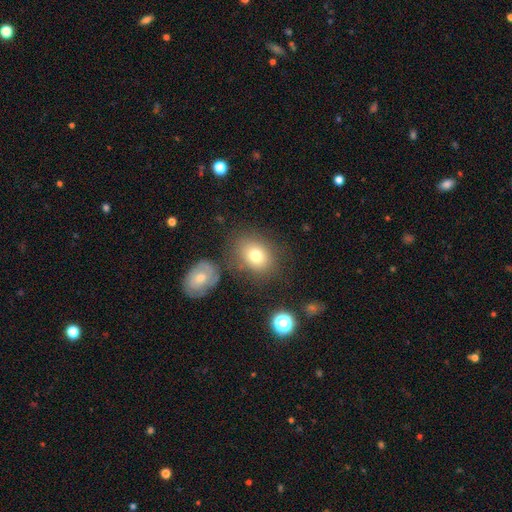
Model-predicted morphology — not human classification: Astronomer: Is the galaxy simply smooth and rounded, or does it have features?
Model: smooth — 75%.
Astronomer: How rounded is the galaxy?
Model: round — 50% (runner-up: in between, 49%).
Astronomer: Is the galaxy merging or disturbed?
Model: none — 73%.